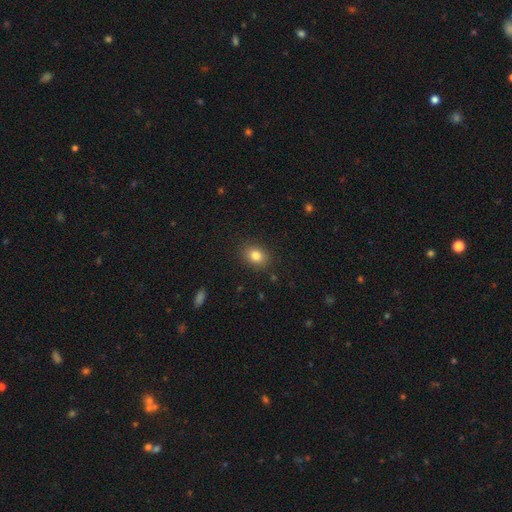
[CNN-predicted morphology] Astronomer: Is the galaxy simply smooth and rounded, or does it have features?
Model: smooth — 82%.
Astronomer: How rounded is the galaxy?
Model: in between — 61% (runner-up: round, 38%).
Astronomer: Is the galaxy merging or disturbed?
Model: none — 88%.